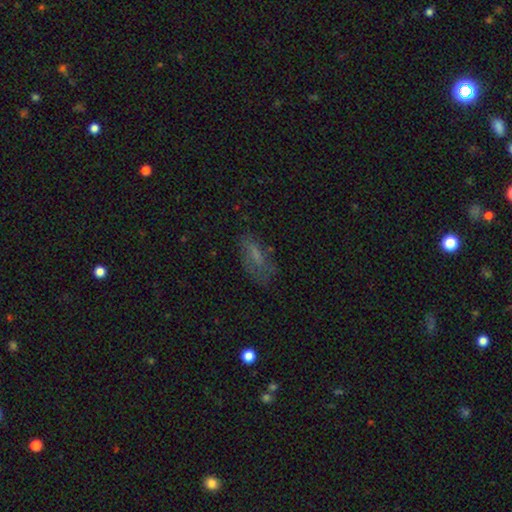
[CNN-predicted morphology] This appears to be a smooth galaxy with no disk features (48%). Merging: none (58%).